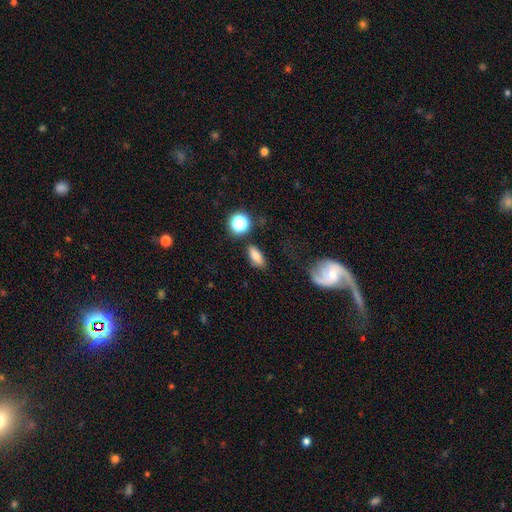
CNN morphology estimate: Overall: smooth (77%). How rounded: in between (78%). Merging: none (81%).